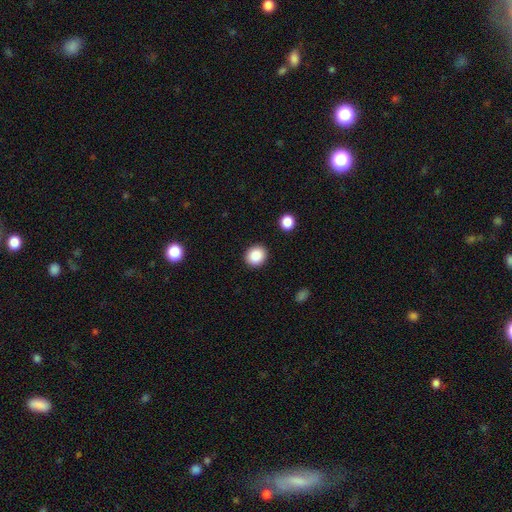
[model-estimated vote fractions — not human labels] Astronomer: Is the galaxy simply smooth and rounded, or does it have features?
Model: smooth — 88%.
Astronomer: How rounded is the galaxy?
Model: round — 81%.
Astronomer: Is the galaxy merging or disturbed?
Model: none — 90%.